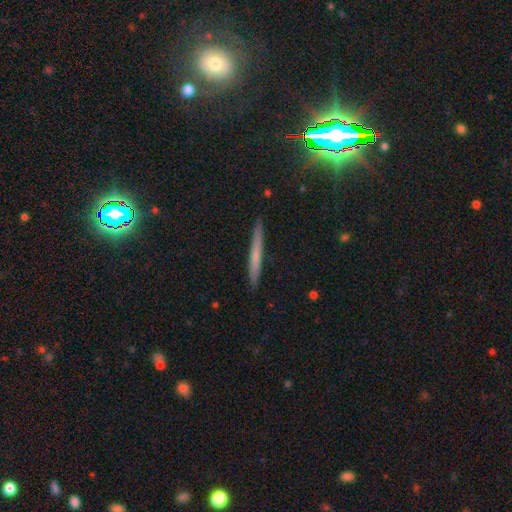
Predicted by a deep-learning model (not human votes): smooth 56%, featured or disk 35%, star or artifact 9%. Down the decision tree: how rounded — cigar-shaped (96%); merging — none (91%).